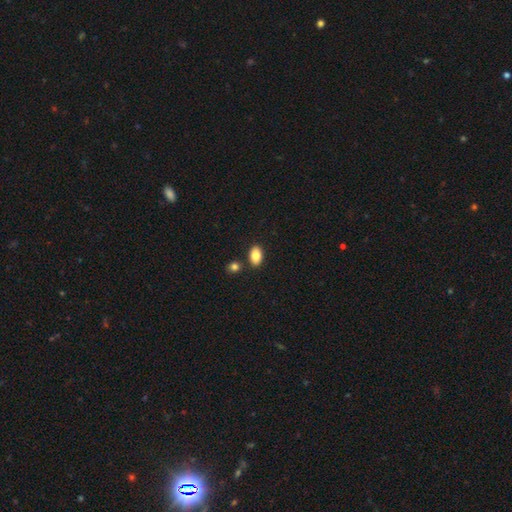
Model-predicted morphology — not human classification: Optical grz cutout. It shows a smooth galaxy with no disk features (85%) that is in between round and cigar-shaped (90%). Merging: none (83%).